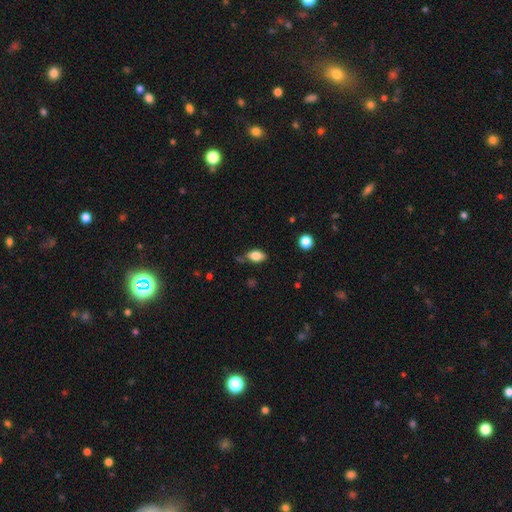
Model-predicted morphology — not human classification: This is clearly a smooth galaxy (82%). How rounded: clearly in between (88%). Merging: likely none (65%).